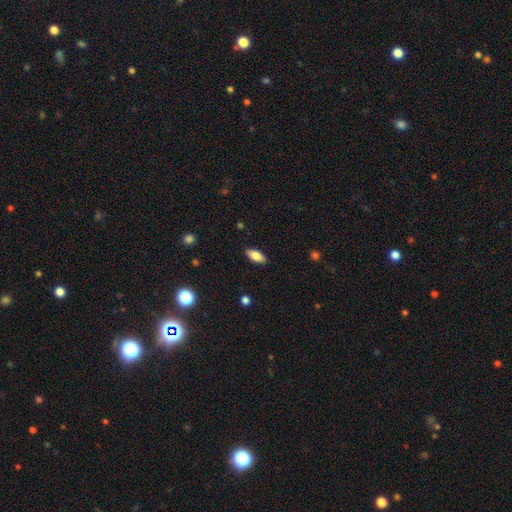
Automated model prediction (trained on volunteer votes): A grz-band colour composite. It shows a smooth galaxy with no disk features (75%) that is in between round and cigar-shaped (82%). Merging: none (88%).